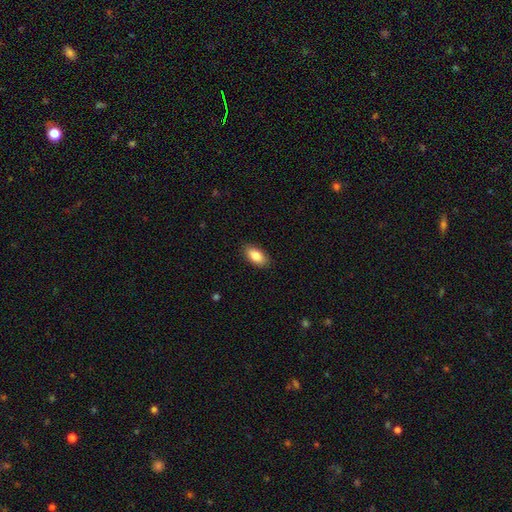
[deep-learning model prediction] smooth_or_featured: smooth (p=0.86) [alt: featured or disk p=0.07]
how_rounded: in between (p=0.92) [alt: cigar-shaped p=0.04]
merging: none (p=0.88) [alt: minor disturbance p=0.09]